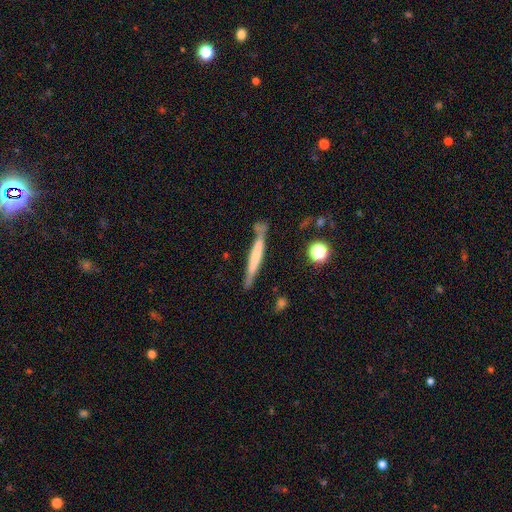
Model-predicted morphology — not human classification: Smooth or featured? smooth (49%)
Merging? none (69%)